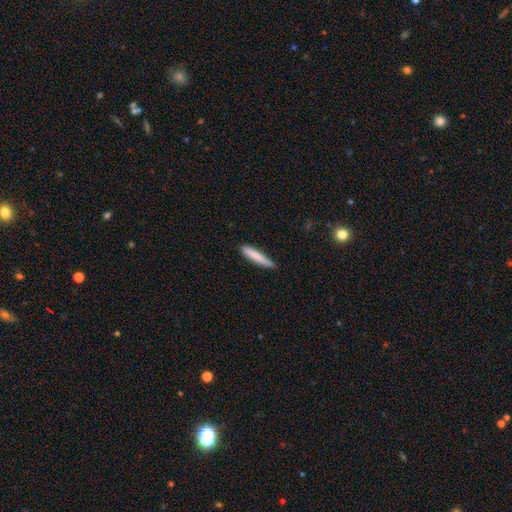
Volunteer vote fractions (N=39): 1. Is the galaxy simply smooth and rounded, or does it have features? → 85% smooth, 8% featured or disk, 8% star or artifact.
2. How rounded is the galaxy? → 88% cigar-shaped, 12% in between, 0% round.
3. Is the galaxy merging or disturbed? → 83% none, 17% minor disturbance, 0% major disturbance, 0% merger.